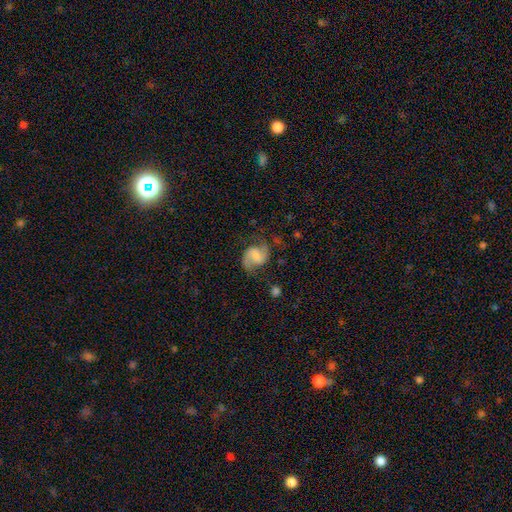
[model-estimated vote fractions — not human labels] smooth_or_featured: featured or disk (p=0.75) [alt: smooth p=0.17]
disk_edge_on: no (p=0.98) [alt: yes p=0.02]
bar: weak (p=0.49) [alt: no p=0.34]
has_spiral_arms: yes (p=0.95) [alt: no p=0.05]
spiral_winding: medium (p=0.48) [alt: loose p=0.37]
spiral_arm_count: 2 (p=0.89) [alt: 1 p=0.04]
bulge_size: none (p=0.34) [alt: small p=0.28]
merging: none (p=0.66) [alt: minor disturbance p=0.19]